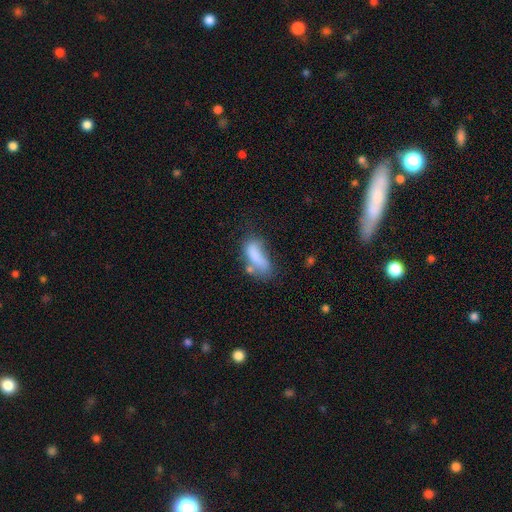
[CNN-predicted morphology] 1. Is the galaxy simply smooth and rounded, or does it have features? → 74% smooth, 17% featured or disk, 9% star or artifact.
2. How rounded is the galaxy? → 77% in between, 20% cigar-shaped, 3% round.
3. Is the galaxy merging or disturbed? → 32% none, 26% minor disturbance, 24% major disturbance, 18% merger.